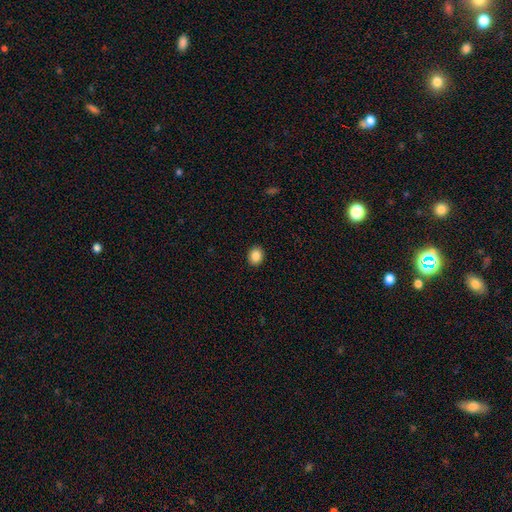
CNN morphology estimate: Smooth or featured? smooth (87%)
How rounded? round (59%)
Merging? none (92%)